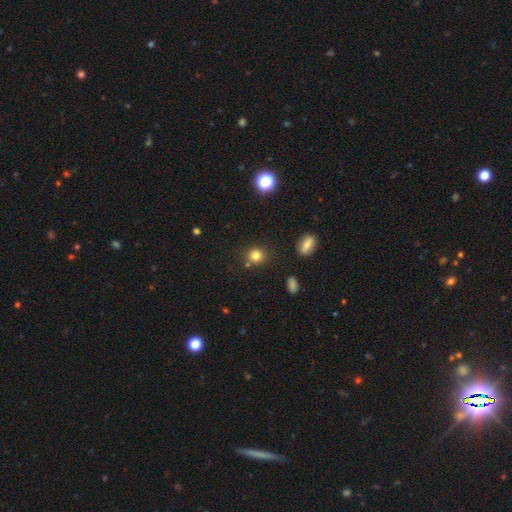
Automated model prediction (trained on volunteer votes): This is likely a smooth galaxy (79%). How rounded: clearly round (84%). Merging: likely none (78%).